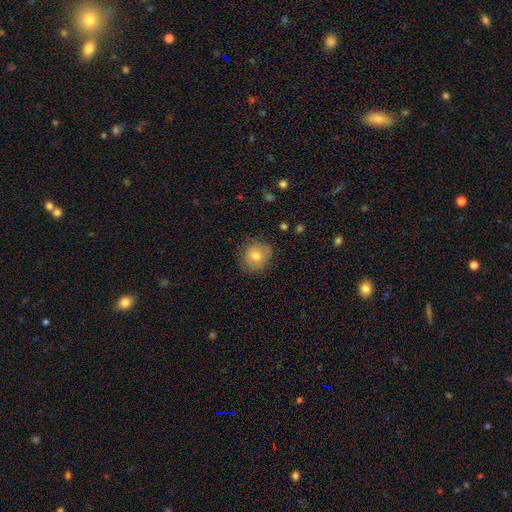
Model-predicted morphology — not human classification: smooth 72%, featured or disk 19%, star or artifact 9%. Down the decision tree: how rounded — round (79%); merging — none (74%).